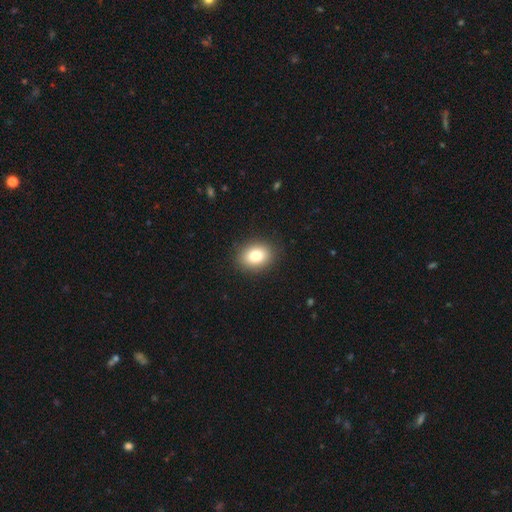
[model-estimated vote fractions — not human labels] Q: Smooth or featured?
A: smooth (82%); runner-up: star or artifact (9%)
Q: How rounded?
A: in between (61%); runner-up: round (38%)
Q: Merging?
A: none (89%); runner-up: minor disturbance (8%)